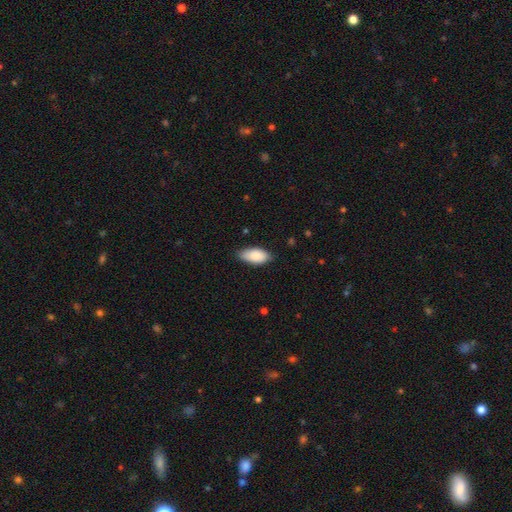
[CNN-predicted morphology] Smooth or featured? Predicted: smooth (p=0.86). How rounded? Predicted: in between (p=0.93). Merging? Predicted: none (p=0.76).